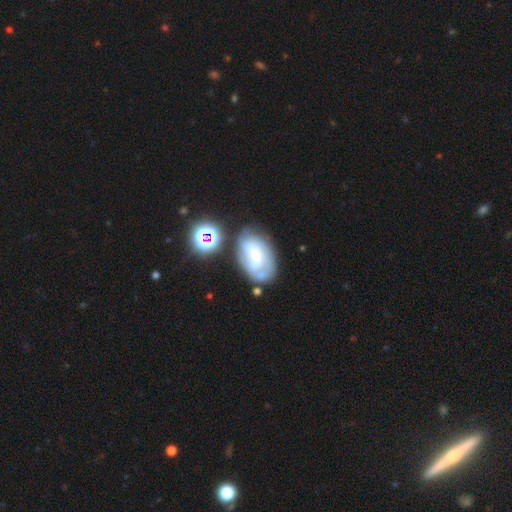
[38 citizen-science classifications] Smooth or featured? 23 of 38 (61%) said featured or disk. Edge-on disk? 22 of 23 (96%) said no. Bar? 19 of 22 (86%) said no. Spiral arms? 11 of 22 (50%, tied with no) said yes. Spiral winding? 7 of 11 (64%) said tight. Spiral arm count? 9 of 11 (82%) said can't tell. Bulge size? 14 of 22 (64%) said small. Merging? 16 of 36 (44%) said none.